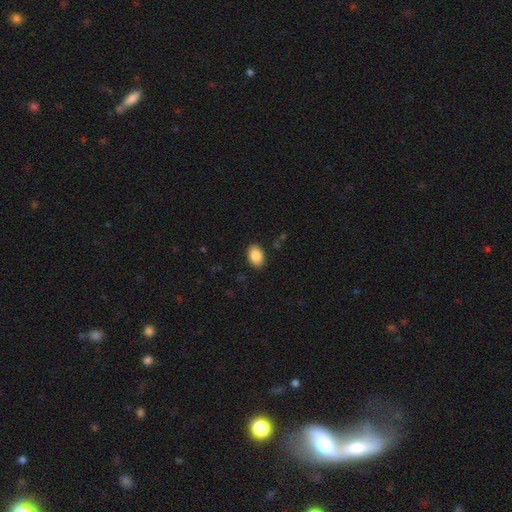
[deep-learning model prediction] Morphology: type=smooth (87%); roundness=in between (86%); merging=none (89%).